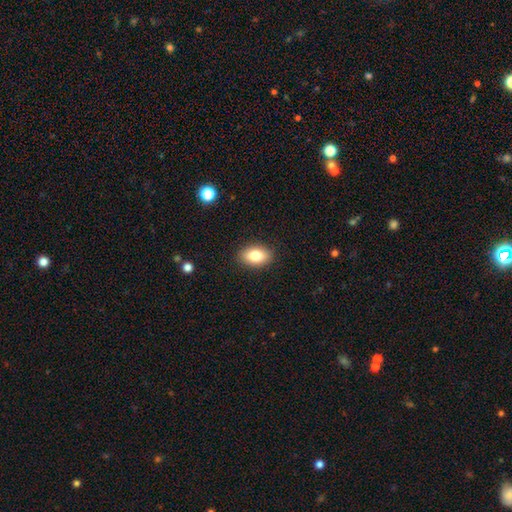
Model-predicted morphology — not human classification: smooth-or-featured: smooth: 82% | featured or disk: 10% | star or artifact: 8%
  how-rounded: in between: 87% | round: 12% | cigar-shaped: 2%
  merging: none: 89% | minor disturbance: 8% | major disturbance: 2% | merger: 1%